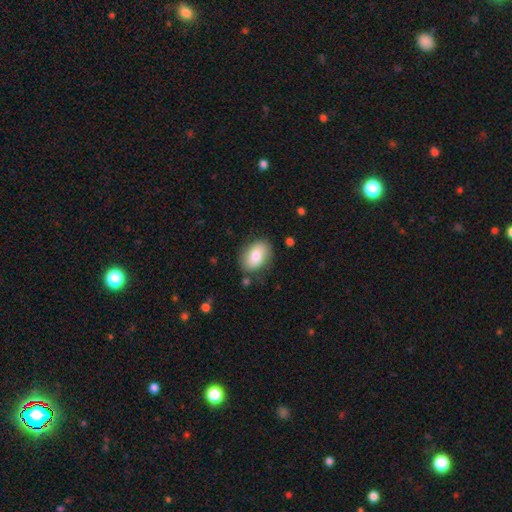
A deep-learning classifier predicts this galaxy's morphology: A smooth galaxy with no disk features (78%) that is in between round and cigar-shaped (82%).

Vote fractions:
- Smooth or featured? smooth: 78% / featured or disk: 15% / star or artifact: 7%
- How rounded? in between: 82% / round: 17% / cigar-shaped: 1%
- Merging? none: 79% / minor disturbance: 15% / major disturbance: 4% / merger: 2%